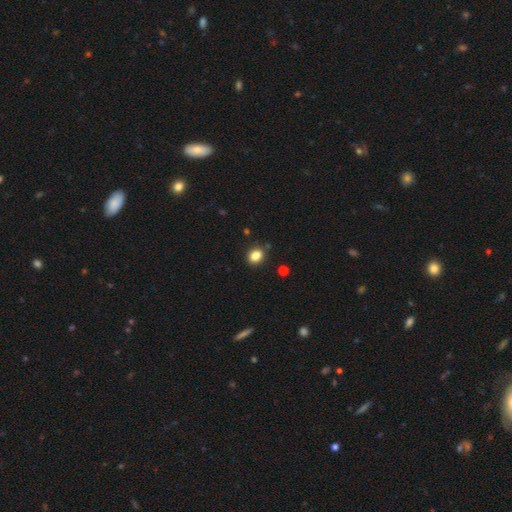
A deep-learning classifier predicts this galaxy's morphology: A smooth galaxy with no disk features (84%) that is round (54%).

Vote fractions:
- Smooth or featured? smooth: 84% / star or artifact: 11% / featured or disk: 5%
- How rounded? round: 54% / in between: 45% / cigar-shaped: 1%
- Merging? none: 87% / minor disturbance: 9% / merger: 2% / major disturbance: 2%